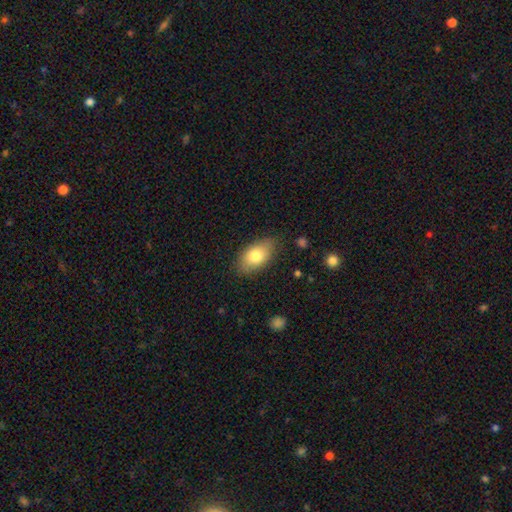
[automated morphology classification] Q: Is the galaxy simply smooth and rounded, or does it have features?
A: smooth — 79%.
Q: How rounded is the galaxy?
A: in between — 91%.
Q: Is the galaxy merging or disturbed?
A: none — 80%.